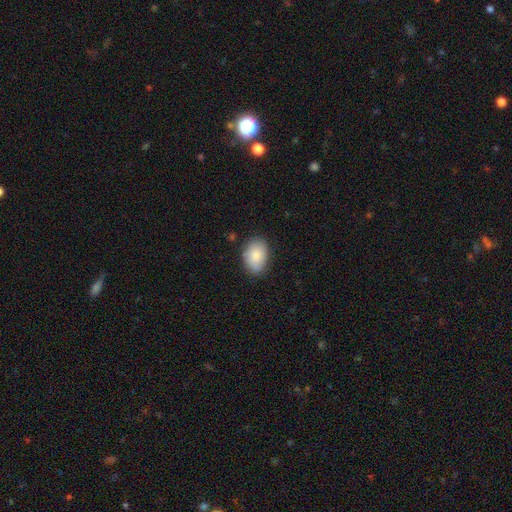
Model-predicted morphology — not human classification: smooth_or_featured: smooth (p=0.84) [alt: featured or disk p=0.10]
how_rounded: in between (p=0.83) [alt: round p=0.16]
merging: none (p=0.79) [alt: minor disturbance p=0.16]